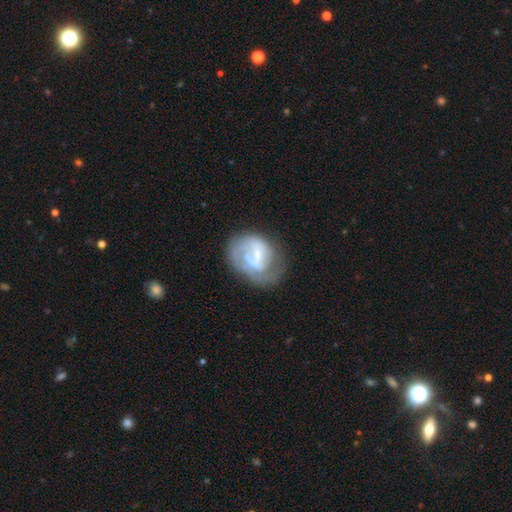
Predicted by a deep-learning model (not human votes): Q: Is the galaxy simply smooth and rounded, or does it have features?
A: featured or disk — 66%.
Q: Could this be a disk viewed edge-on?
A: no — 97%.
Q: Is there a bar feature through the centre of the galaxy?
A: weak — 49%.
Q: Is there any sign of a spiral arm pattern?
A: yes — 72%.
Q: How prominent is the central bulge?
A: small — 42%.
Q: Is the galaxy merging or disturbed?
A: none — 48%.